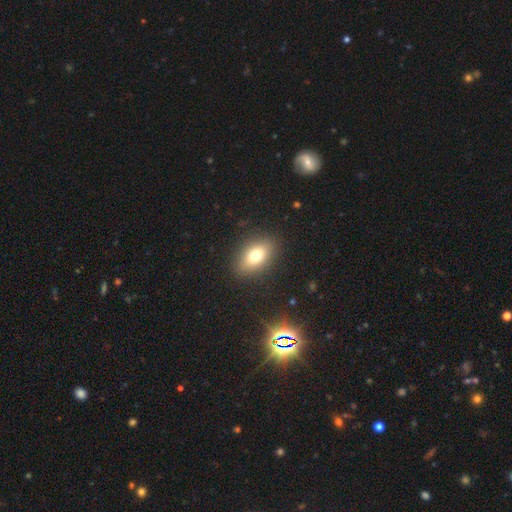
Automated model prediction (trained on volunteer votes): Smooth or featured?
  - smooth: 73% *
  - featured or disk: 16%
  - star or artifact: 11%
How rounded?
  - in between: 84% *
  - round: 12%
  - cigar-shaped: 3%
Merging?
  - none: 87% *
  - minor disturbance: 8%
  - major disturbance: 3%
  - merger: 1%